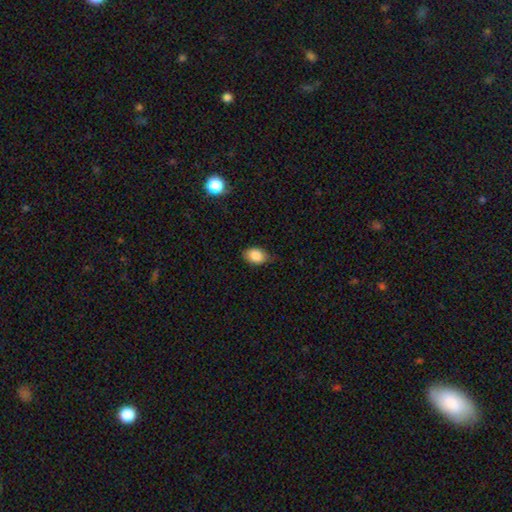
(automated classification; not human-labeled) A smooth galaxy with no disk features (85%) that is in between round and cigar-shaped (81%).

Vote fractions:
- Smooth or featured? smooth: 85% / star or artifact: 8% / featured or disk: 7%
- How rounded? in between: 81% / round: 18% / cigar-shaped: 1%
- Merging? none: 71% / minor disturbance: 24% / major disturbance: 4% / merger: 1%